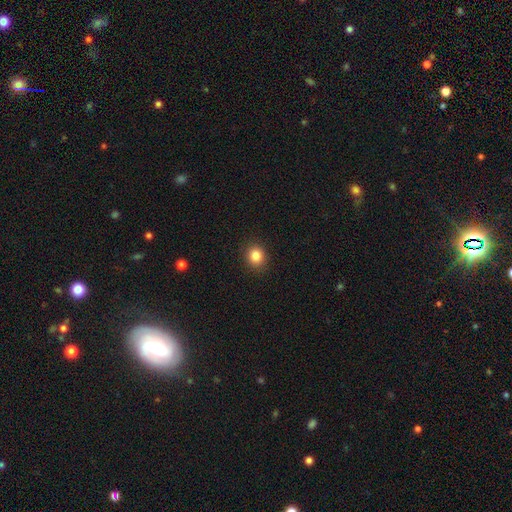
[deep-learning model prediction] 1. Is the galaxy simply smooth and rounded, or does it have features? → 85% smooth, 11% star or artifact, 5% featured or disk.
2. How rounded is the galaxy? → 78% round, 21% in between, 1% cigar-shaped.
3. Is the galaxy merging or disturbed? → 90% none, 7% minor disturbance, 2% major disturbance, 1% merger.